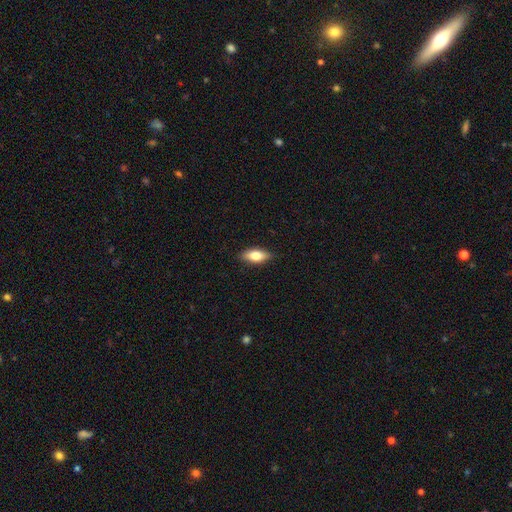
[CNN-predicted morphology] A smooth galaxy with no disk features (71%) that is in between round and cigar-shaped (79%). Merging: none (85%).